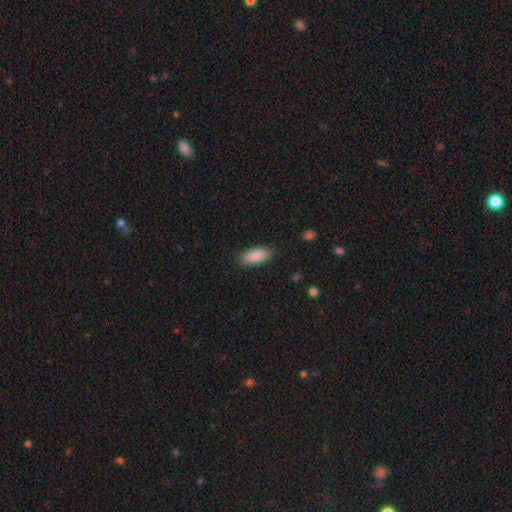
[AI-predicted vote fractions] smooth_or_featured: smooth (p=0.88) [alt: star or artifact p=0.06]
how_rounded: in between (p=0.83) [alt: cigar-shaped p=0.15]
merging: none (p=0.87) [alt: minor disturbance p=0.10]